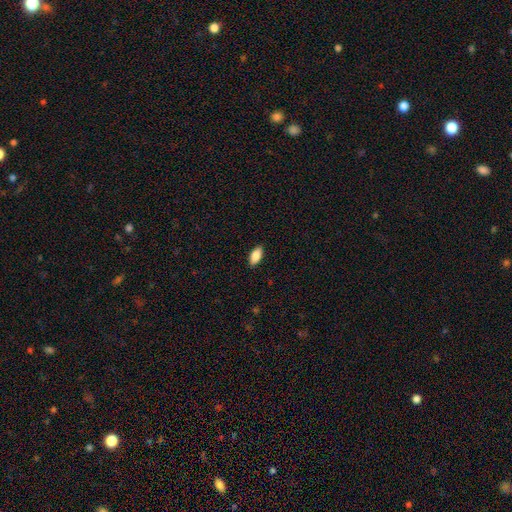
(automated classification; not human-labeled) Q: Smooth or featured?
A: smooth (85%); runner-up: featured or disk (9%)
Q: How rounded?
A: in between (89%); runner-up: cigar-shaped (9%)
Q: Merging?
A: none (89%); runner-up: minor disturbance (8%)